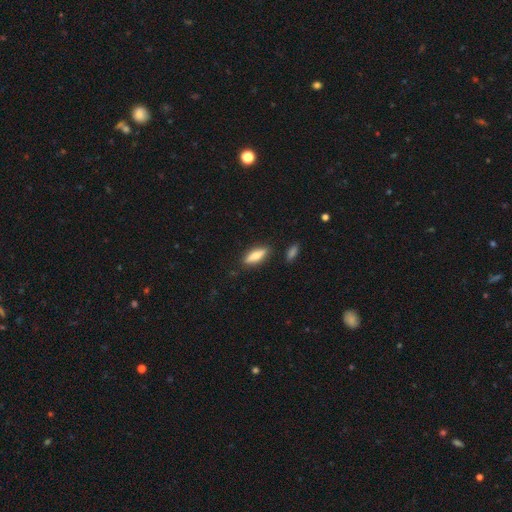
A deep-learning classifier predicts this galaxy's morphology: Q: Smooth or featured?
A: smooth (64%); runner-up: featured or disk (29%)
Q: How rounded?
A: cigar-shaped (51%); runner-up: in between (47%)
Q: Merging?
A: none (84%); runner-up: minor disturbance (11%)